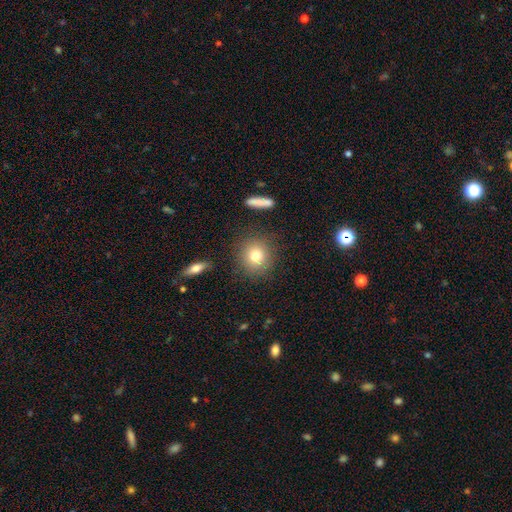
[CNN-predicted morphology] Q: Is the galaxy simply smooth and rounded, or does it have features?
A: smooth — 79%.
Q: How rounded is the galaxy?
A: round — 87%.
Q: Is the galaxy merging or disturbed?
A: none — 86%.